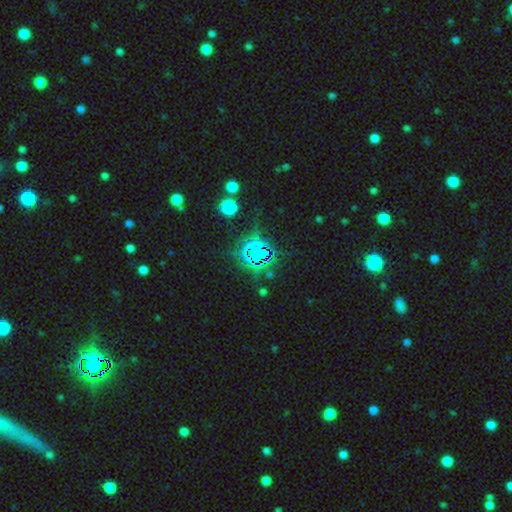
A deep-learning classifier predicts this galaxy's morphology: The model was most divided on "smooth or featured": star or artifact: 77%, smooth: 15%, featured or disk: 9%.